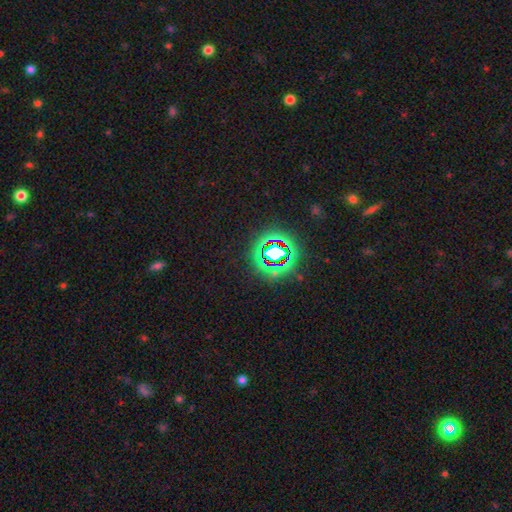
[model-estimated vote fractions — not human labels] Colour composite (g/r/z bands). It shows a star or artifact, not a galaxy (78%).